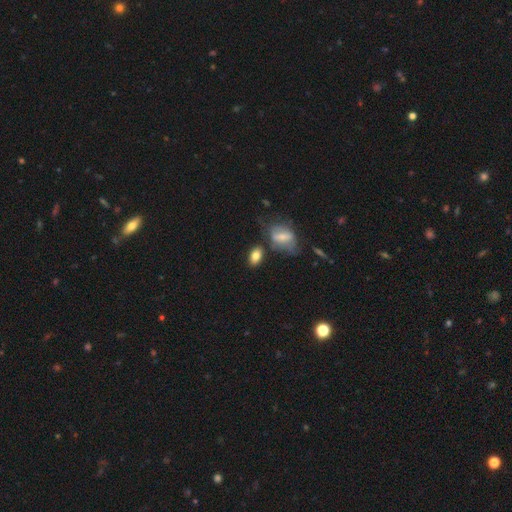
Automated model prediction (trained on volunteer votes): This appears to be a smooth galaxy with no disk features (77%) that is in between round and cigar-shaped (86%). Merging: none (69%).